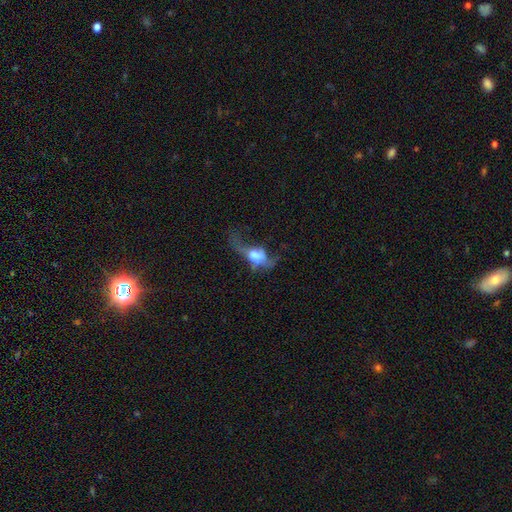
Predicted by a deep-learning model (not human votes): smooth-or-featured: featured or disk: 45% | smooth: 43% | star or artifact: 12%
  merging: major disturbance: 59% | none: 19% | minor disturbance: 14% | merger: 8%